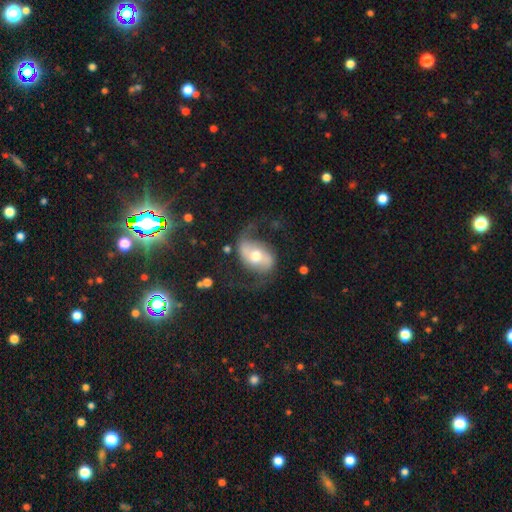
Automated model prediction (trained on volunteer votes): This appears to be a featured or disk galaxy (79%) with no bar (36%, tied with weak), 2 (92%) loose (64%) spiral arms (91%) and a moderate central bulge (72%). Merging: none (67%).